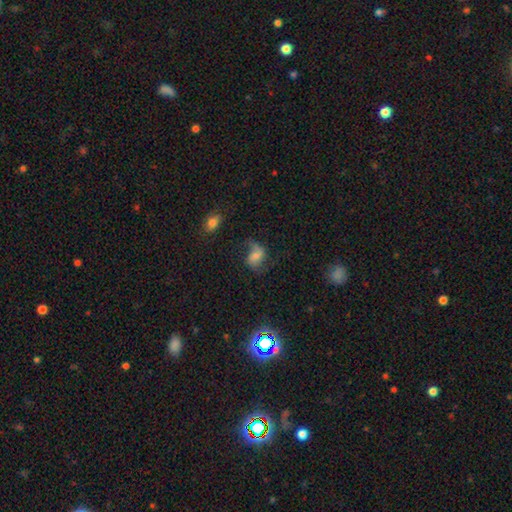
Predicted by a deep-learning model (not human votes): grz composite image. It shows a featured or disk galaxy (51%). Merging: none (48%).